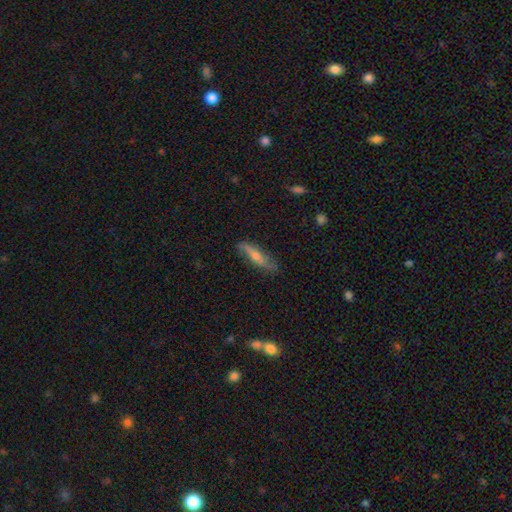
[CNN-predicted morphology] Smooth or featured? Predicted: featured or disk (p=0.52). Edge-on disk? Predicted: yes (p=0.56). Merging? Predicted: none (p=0.77).